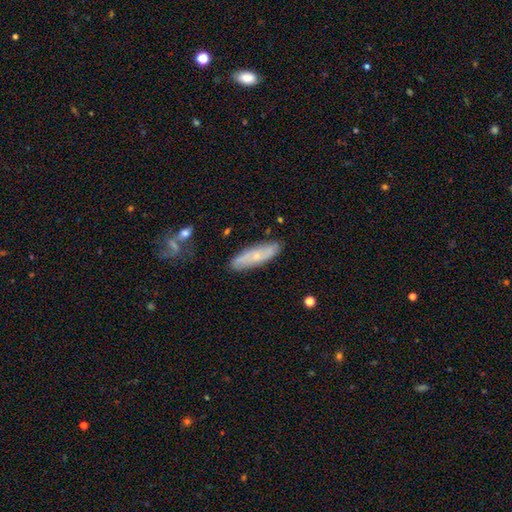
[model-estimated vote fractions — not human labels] A smooth galaxy with no disk features (49%). Merging: none (82%).